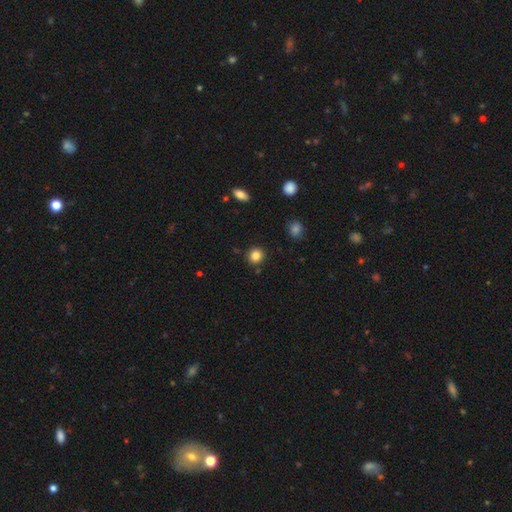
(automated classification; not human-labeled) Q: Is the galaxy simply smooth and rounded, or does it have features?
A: smooth — 84%.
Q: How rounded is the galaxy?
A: round — 91%.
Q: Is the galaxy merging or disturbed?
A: none — 90%.